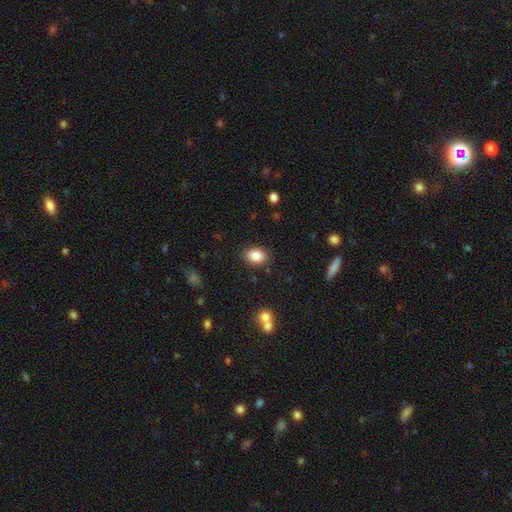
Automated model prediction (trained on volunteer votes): A smooth galaxy with no disk features (86%) that is in between round and cigar-shaped (74%).

Vote fractions:
- Smooth or featured? smooth: 86% / star or artifact: 8% / featured or disk: 6%
- How rounded? in between: 74% / round: 25% / cigar-shaped: 1%
- Merging? none: 86% / minor disturbance: 10% / major disturbance: 3% / merger: 2%